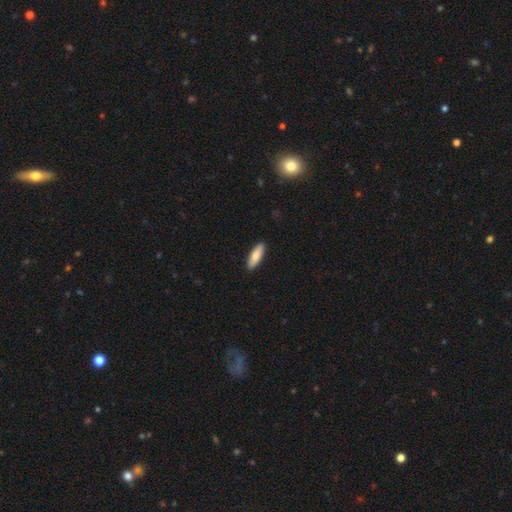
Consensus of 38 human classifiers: A smooth galaxy with no disk features (79%) that is in between round and cigar-shaped (60%). Merging: none (89%).